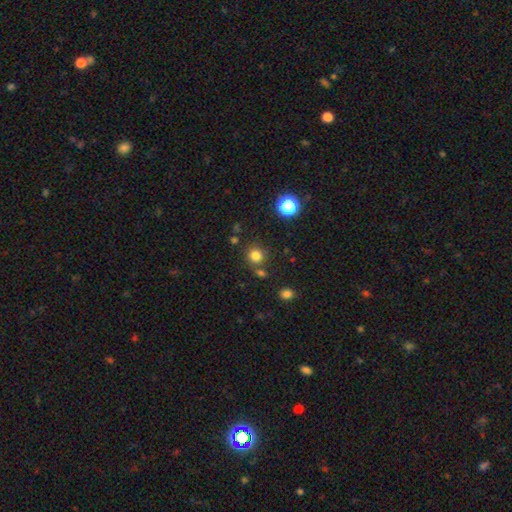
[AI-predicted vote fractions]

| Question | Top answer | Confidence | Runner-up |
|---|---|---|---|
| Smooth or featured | smooth | 79% | star or artifact (15%) |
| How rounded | round | 91% | in between (8%) |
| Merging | none | 79% | merger (9%) |